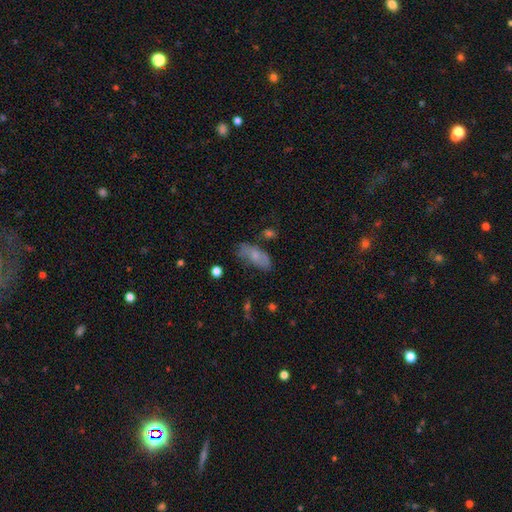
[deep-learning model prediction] Smooth or featured: smooth — 61% (featured or disk — 30%)
How rounded: in between — 83% (cigar-shaped — 14%)
Merging: none — 54% (minor disturbance — 28%)